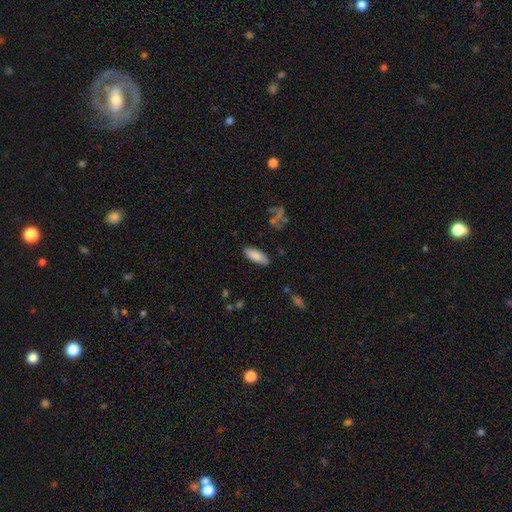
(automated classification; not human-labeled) A smooth galaxy with no disk features (85%) that is in between round and cigar-shaped (77%).

Vote fractions:
- Smooth or featured? smooth: 85% / featured or disk: 9% / star or artifact: 7%
- How rounded? in between: 77% / cigar-shaped: 21% / round: 2%
- Merging? none: 85% / minor disturbance: 11% / major disturbance: 2% / merger: 2%